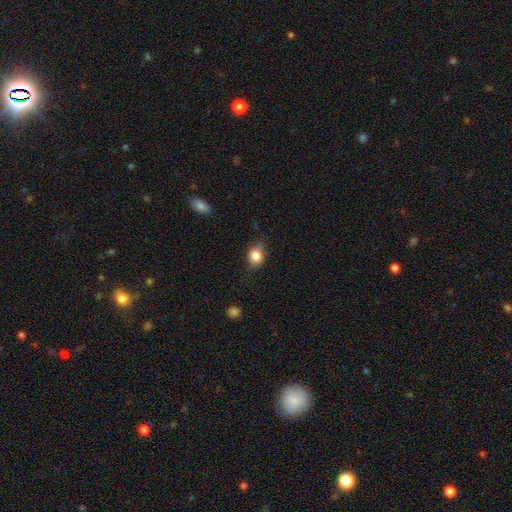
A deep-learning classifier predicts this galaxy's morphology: type=smooth (80%); roundness=round (52%); merging=none (65%).